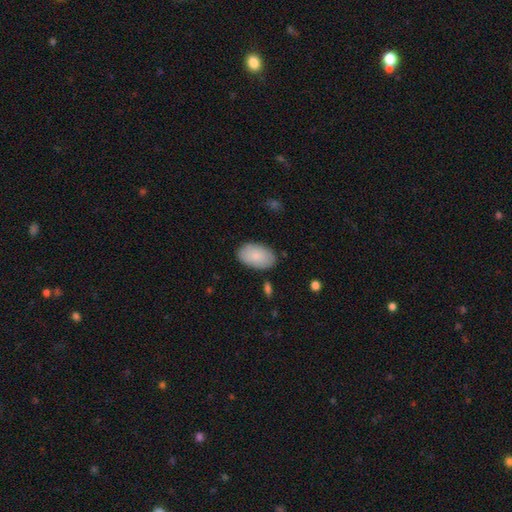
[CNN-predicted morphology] smooth-or-featured: smooth: 86% | featured or disk: 9% | star or artifact: 5%
  how-rounded: in between: 95% | round: 4% | cigar-shaped: 1%
  merging: none: 85% | minor disturbance: 11% | major disturbance: 2% | merger: 2%